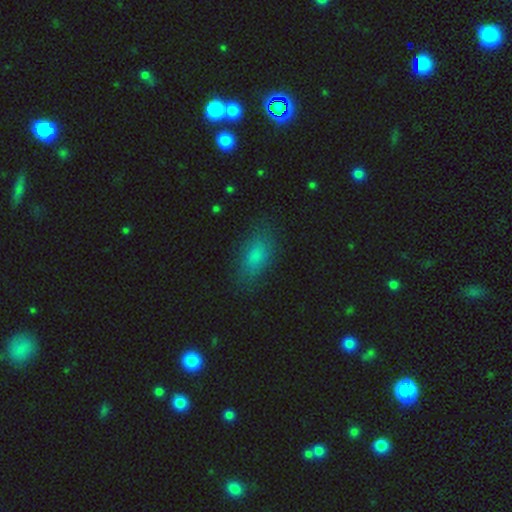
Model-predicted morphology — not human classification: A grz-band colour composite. It shows a smooth galaxy with no disk features (79%) that is in between round and cigar-shaped (86%). Merging: none (78%).